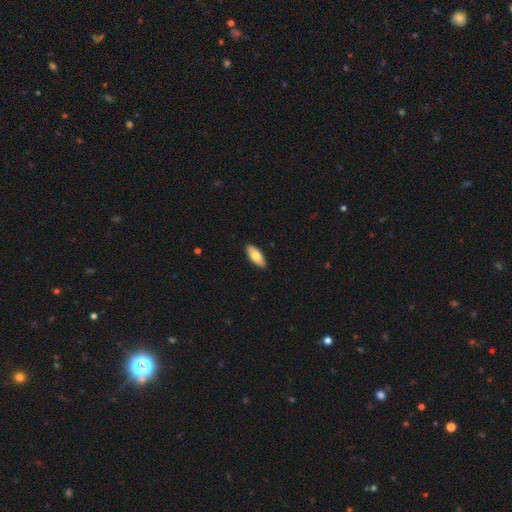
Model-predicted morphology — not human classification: A smooth galaxy with no disk features (76%) that is in between round and cigar-shaped (78%).

Vote fractions:
- Smooth or featured? smooth: 76% / featured or disk: 18% / star or artifact: 6%
- How rounded? in between: 78% / cigar-shaped: 20% / round: 2%
- Merging? none: 90% / minor disturbance: 8% / major disturbance: 1% / merger: 1%